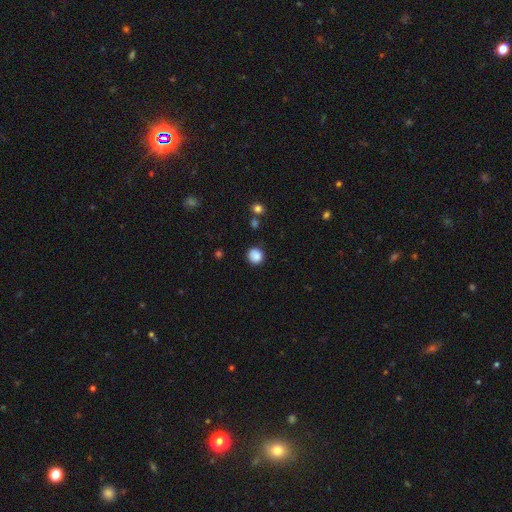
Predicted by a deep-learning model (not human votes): Smooth or featured: smooth — 86% (star or artifact — 10%)
How rounded: round — 89% (in between — 10%)
Merging: none — 84% (minor disturbance — 11%)